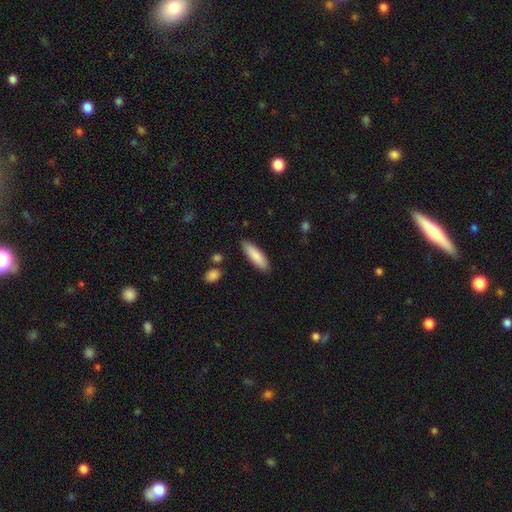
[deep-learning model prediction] Smooth or featured: smooth — 86% (featured or disk — 9%)
How rounded: cigar-shaped — 57% (in between — 42%)
Merging: none — 86% (minor disturbance — 10%)